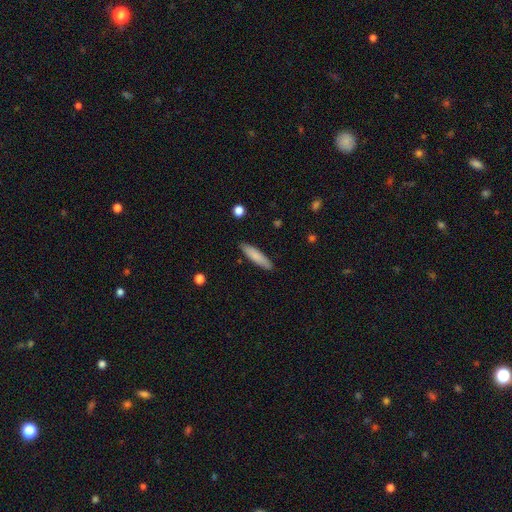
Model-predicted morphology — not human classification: Q: Smooth or featured?
A: smooth (81%); runner-up: featured or disk (13%)
Q: How rounded?
A: cigar-shaped (77%); runner-up: in between (21%)
Q: Merging?
A: none (88%); runner-up: minor disturbance (9%)